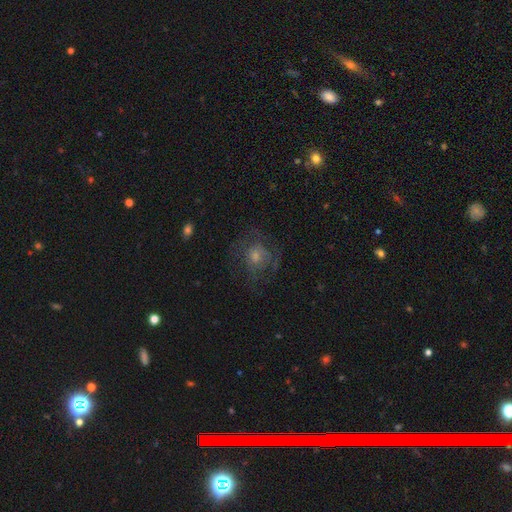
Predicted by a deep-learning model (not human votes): Smooth or featured? featured or disk (45%)
Merging? none (66%)